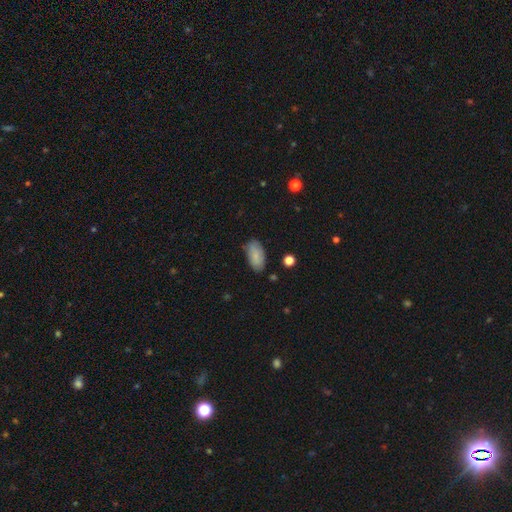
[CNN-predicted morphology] A smooth galaxy with no disk features (82%) that is in between round and cigar-shaped (94%).

Vote fractions:
- Smooth or featured? smooth: 82% / featured or disk: 12% / star or artifact: 7%
- How rounded? in between: 94% / cigar-shaped: 4% / round: 3%
- Merging? none: 79% / minor disturbance: 17% / major disturbance: 3% / merger: 2%